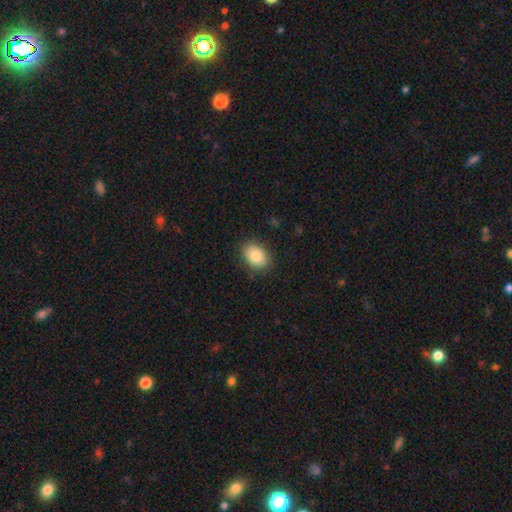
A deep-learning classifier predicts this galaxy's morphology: type=smooth (85%); roundness=in between (75%); merging=none (86%).